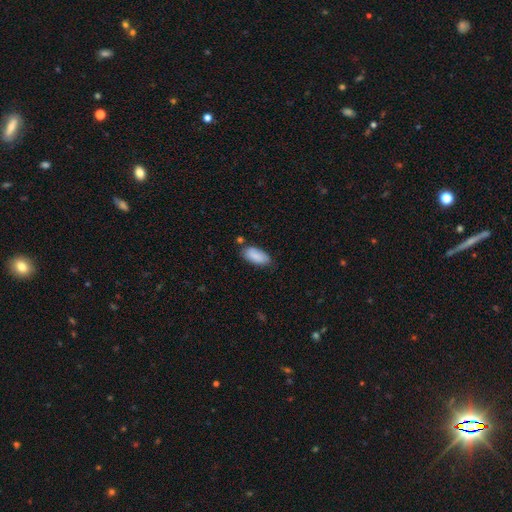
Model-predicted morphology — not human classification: A smooth galaxy with no disk features (87%) that is in between round and cigar-shaped (91%). Merging: none (69%).